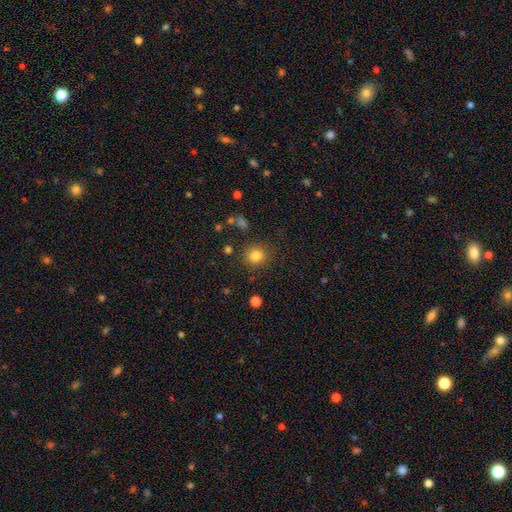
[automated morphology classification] Q: Smooth or featured?
A: smooth (83%); runner-up: star or artifact (12%)
Q: How rounded?
A: round (87%); runner-up: in between (12%)
Q: Merging?
A: none (84%); runner-up: minor disturbance (9%)